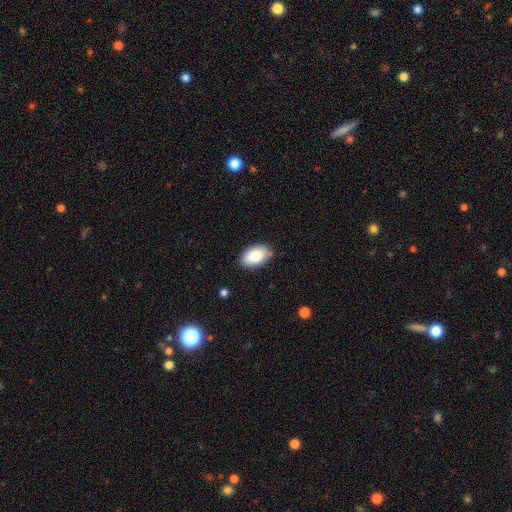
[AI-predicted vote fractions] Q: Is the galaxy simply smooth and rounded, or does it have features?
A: smooth — 84%.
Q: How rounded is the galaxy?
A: in between — 93%.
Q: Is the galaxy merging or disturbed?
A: none — 84%.